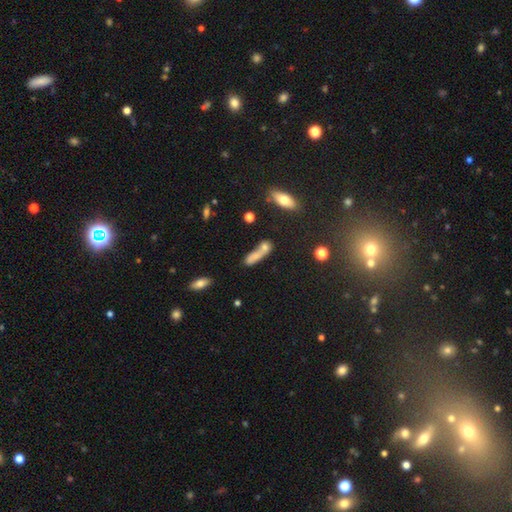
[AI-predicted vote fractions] A smooth galaxy with no disk features (67%) that is cigar-shaped (51%).

Vote fractions:
- Smooth or featured? smooth: 67% / featured or disk: 20% / star or artifact: 13%
- How rounded? cigar-shaped: 51% / in between: 42% / round: 8%
- Merging? merger: 47% / none: 30% / minor disturbance: 13% / major disturbance: 10%